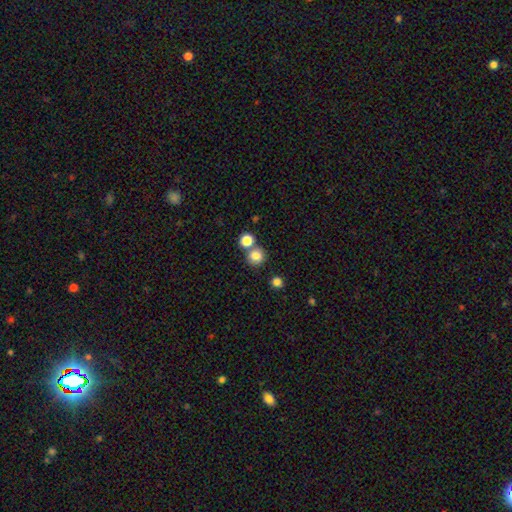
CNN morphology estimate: Smooth or featured? Predicted: smooth (p=0.81). How rounded? Predicted: round (p=0.87). Merging? Predicted: none (p=0.67).